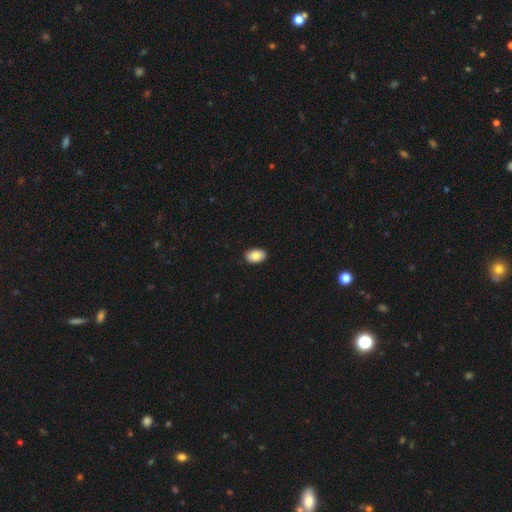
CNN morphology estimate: This is clearly a smooth galaxy (85%). How rounded: clearly in between (90%). Merging: clearly none (90%).